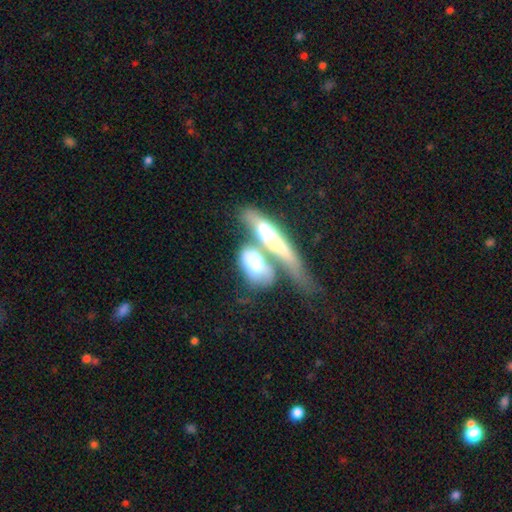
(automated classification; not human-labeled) Smooth or featured: smooth — 56% (featured or disk — 38%)
How rounded: in between — 66% (cigar-shaped — 24%)
Merging: merger — 64% (none — 15%)